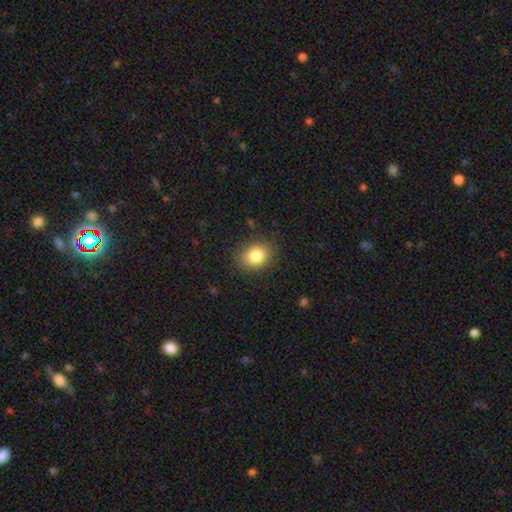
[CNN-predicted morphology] smooth-or-featured: smooth: 83% | star or artifact: 10% | featured or disk: 7%
  how-rounded: round: 55% | in between: 45% | cigar-shaped: 1%
  merging: none: 86% | minor disturbance: 10% | major disturbance: 3% | merger: 1%